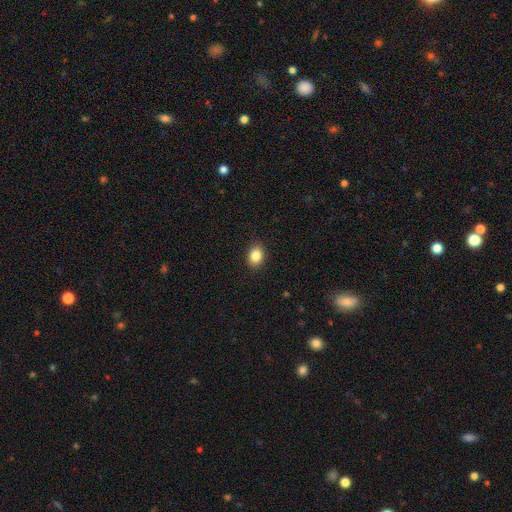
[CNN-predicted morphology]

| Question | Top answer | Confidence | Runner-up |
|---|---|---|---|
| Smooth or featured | smooth | 85% | star or artifact (10%) |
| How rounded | in between | 59% | round (40%) |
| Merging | none | 89% | minor disturbance (8%) |